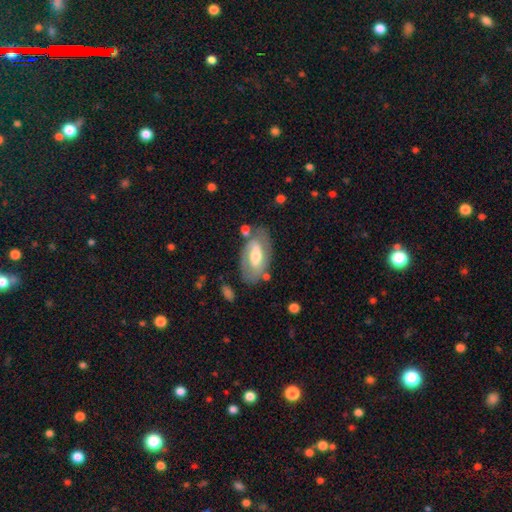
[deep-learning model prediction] smooth-or-featured: featured or disk: 62% | smooth: 32% | star or artifact: 5%
  disk-edge-on: no: 91% | yes: 9%
    bar: weak: 38% | no: 37% | strong: 25%
    has-spiral-arms: yes: 61% | no: 39%
    bulge-size: moderate: 65% | small: 19% | large: 13% | none: 1% | dominant: 1%
  merging: none: 61% | minor disturbance: 22% | major disturbance: 10% | merger: 7%